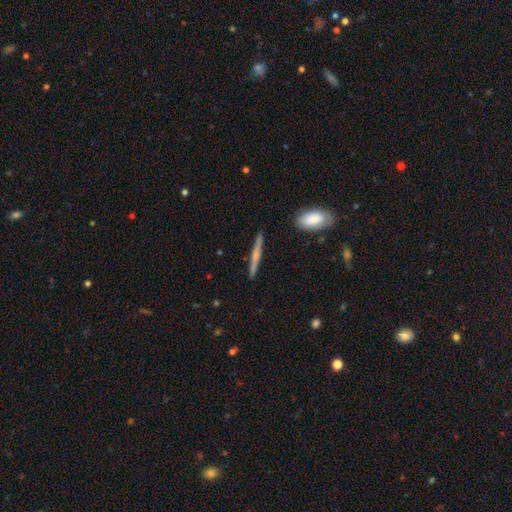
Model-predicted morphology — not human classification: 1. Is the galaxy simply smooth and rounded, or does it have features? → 53% featured or disk, 41% smooth, 6% star or artifact.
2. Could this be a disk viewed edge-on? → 97% yes, 3% no.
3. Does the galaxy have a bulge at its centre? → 54% rounded, 34% none, 13% boxy.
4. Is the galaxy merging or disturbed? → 89% none, 8% minor disturbance, 2% merger, 2% major disturbance.